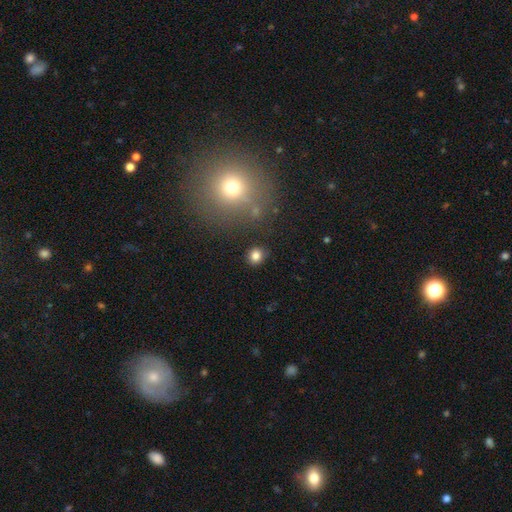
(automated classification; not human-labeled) Morphology: type=smooth (81%); roundness=round (76%); merging=none (86%).